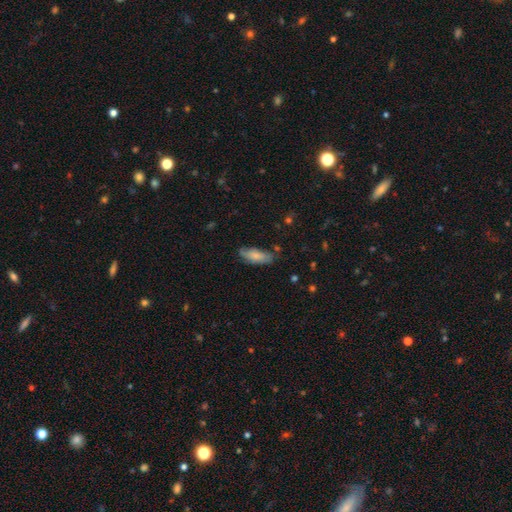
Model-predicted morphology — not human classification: This is likely a smooth galaxy (74%). How rounded: likely in between (74%). Merging: likely none (67%).